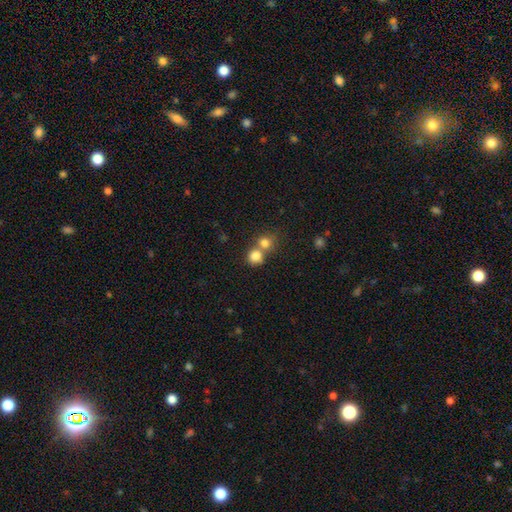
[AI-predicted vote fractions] Overall: smooth (81%). How rounded: round (85%). Merging: merger (47%; none 44%).